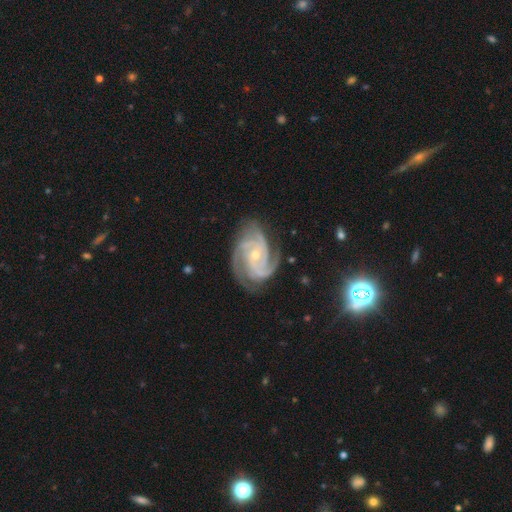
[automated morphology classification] Smooth or featured? featured or disk (93%)
Edge-on disk? no (98%)
Bar? no (65%)
Spiral arms? yes (99%)
Spiral winding? tight (60%)
Spiral arm count? 3 (54%)
Bulge size? small (64%)
Merging? none (74%)